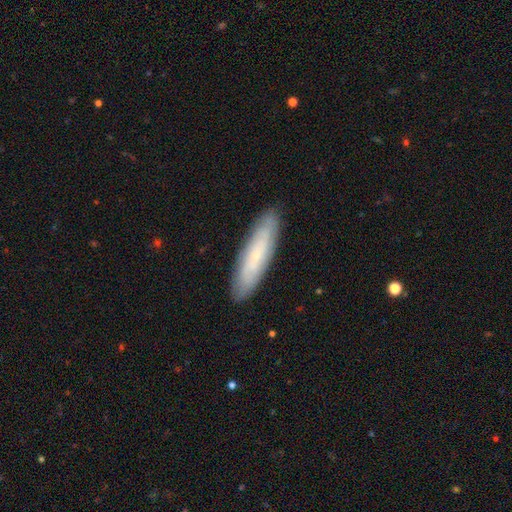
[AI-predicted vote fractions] This appears to be a smooth galaxy with no disk features (49%). Merging: none (89%).